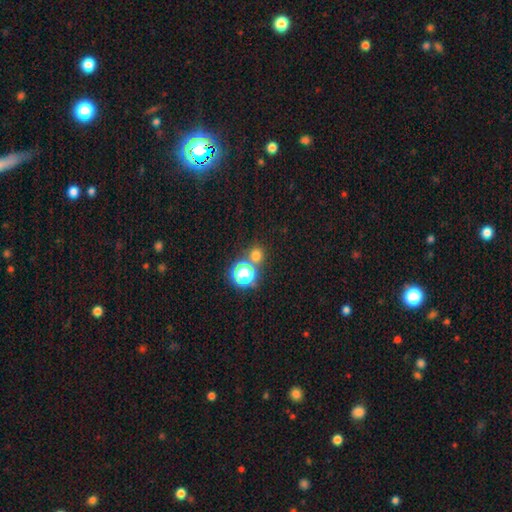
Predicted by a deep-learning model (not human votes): Smooth or featured? smooth (69%)
How rounded? round (89%)
Merging? none (73%)